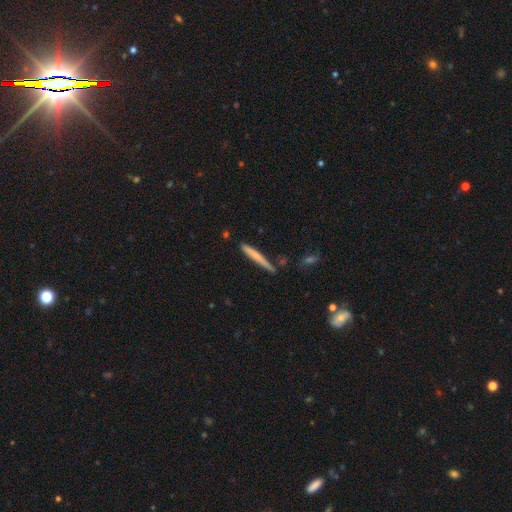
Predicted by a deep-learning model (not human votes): Q: Smooth or featured?
A: smooth (60%); runner-up: featured or disk (34%)
Q: How rounded?
A: cigar-shaped (96%); runner-up: in between (3%)
Q: Merging?
A: none (77%); runner-up: minor disturbance (16%)